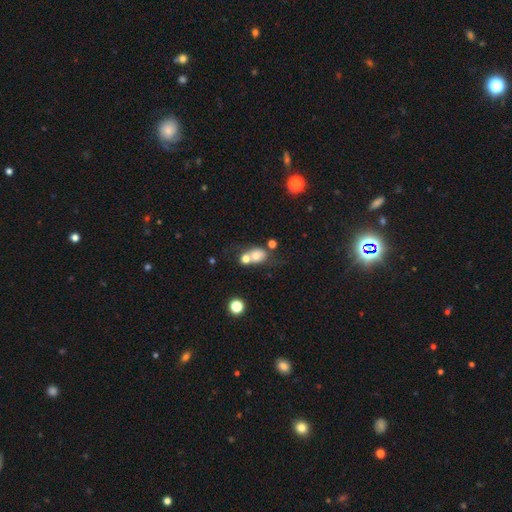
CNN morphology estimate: smooth-or-featured: smooth: 65% | featured or disk: 23% | star or artifact: 12%
  how-rounded: round: 52% | in between: 46% | cigar-shaped: 2%
  merging: merger: 52% | none: 31% | minor disturbance: 10% | major disturbance: 6%